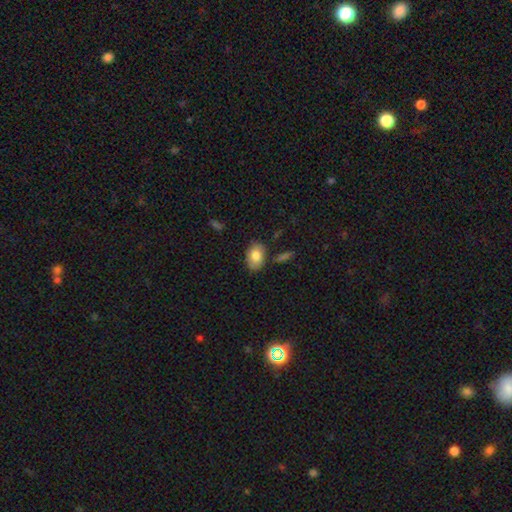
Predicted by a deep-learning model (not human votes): The model was most divided on "merging": none: 78%, minor disturbance: 15%, merger: 4%, major disturbance: 3%. More confident: how rounded — in between (84%); smooth or featured — smooth (81%).